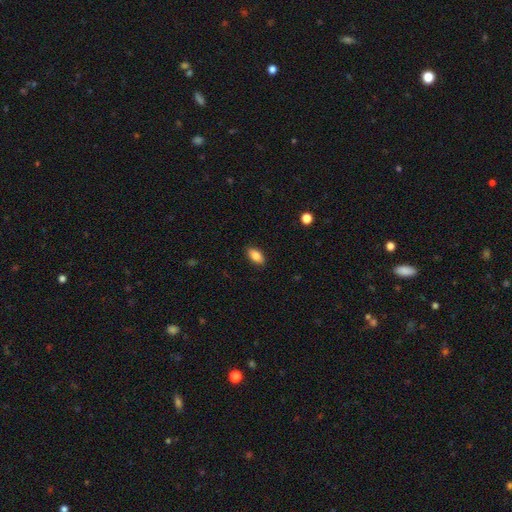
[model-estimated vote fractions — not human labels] smooth_or_featured: smooth (p=0.86) [alt: star or artifact p=0.08]
how_rounded: in between (p=0.92) [alt: cigar-shaped p=0.04]
merging: none (p=0.89) [alt: minor disturbance p=0.08]